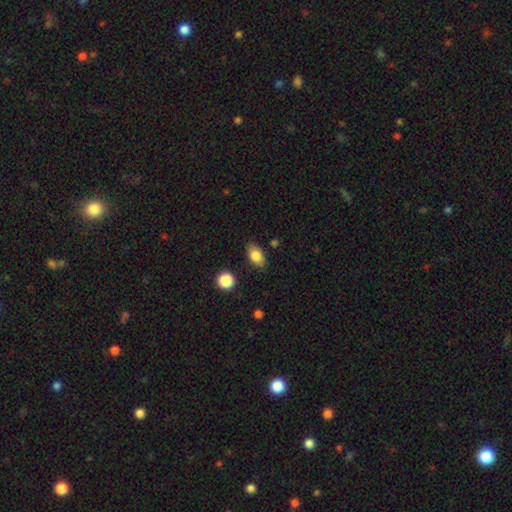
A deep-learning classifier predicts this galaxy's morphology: This appears to be a smooth galaxy with no disk features (82%) that is in between round and cigar-shaped (86%). Merging: none (83%).